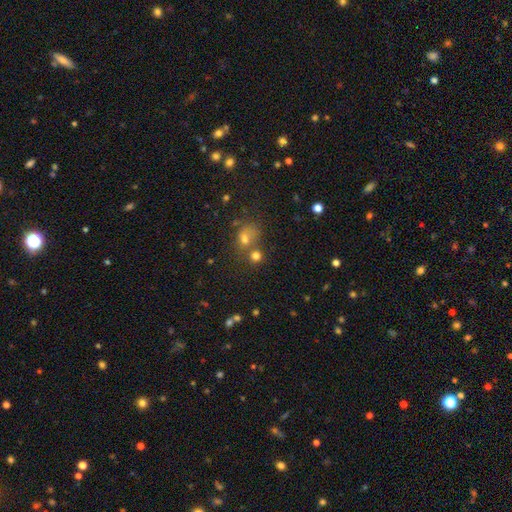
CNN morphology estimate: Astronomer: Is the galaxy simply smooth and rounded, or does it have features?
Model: smooth — 70%.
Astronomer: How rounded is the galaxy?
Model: round — 77%.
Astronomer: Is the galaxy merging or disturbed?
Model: none — 51% (runner-up: merger, 34%).